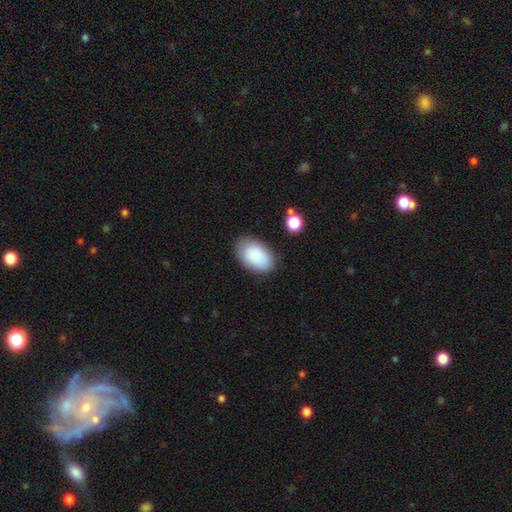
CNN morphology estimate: This is clearly a smooth galaxy (86%). How rounded: clearly in between (93%). Merging: clearly none (81%).